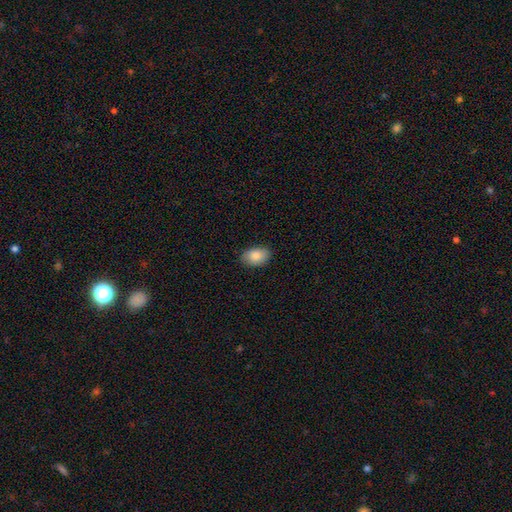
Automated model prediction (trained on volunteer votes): Smooth or featured? Predicted: smooth (p=0.85). How rounded? Predicted: in between (p=0.87). Merging? Predicted: none (p=0.88).